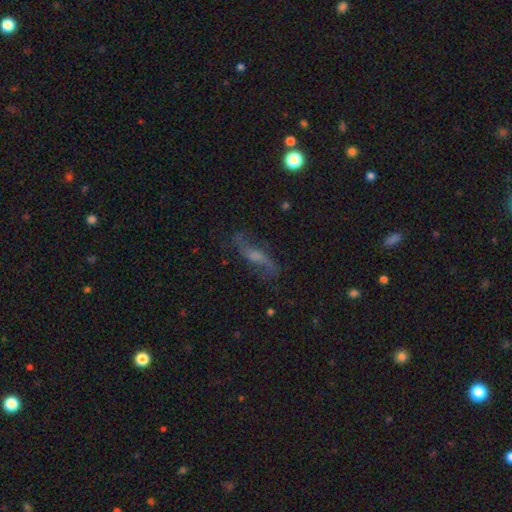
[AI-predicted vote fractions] Smooth or featured? Predicted: featured or disk (p=0.66). Edge-on disk? Predicted: no (p=0.76). Bar? Predicted: weak (p=0.41, tied with no). Spiral arms? Predicted: yes (p=0.90). Bulge size? Predicted: small (p=0.36). Merging? Predicted: none (p=0.75).